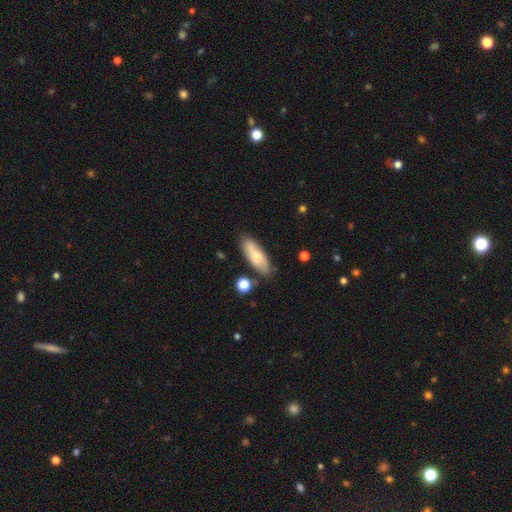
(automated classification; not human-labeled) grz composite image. It shows a smooth galaxy with no disk features (65%) that is in between round and cigar-shaped (62%). Merging: none (76%).